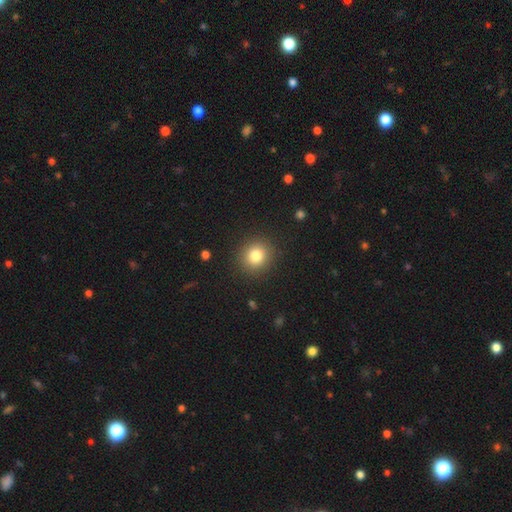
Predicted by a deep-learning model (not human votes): A smooth galaxy with no disk features (81%) that is round (87%).

Vote fractions:
- Smooth or featured? smooth: 81% / star or artifact: 12% / featured or disk: 8%
- How rounded? round: 87% / in between: 12% / cigar-shaped: 1%
- Merging? none: 90% / minor disturbance: 6% / major disturbance: 3% / merger: 1%